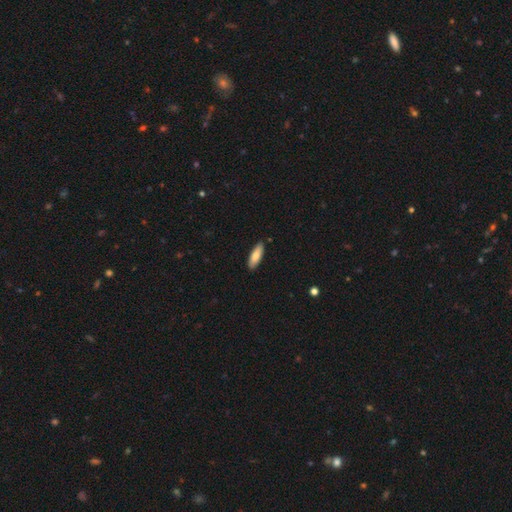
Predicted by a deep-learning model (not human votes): Overall: smooth (80%). How rounded: in between (59%; cigar-shaped 40%). Merging: none (88%).